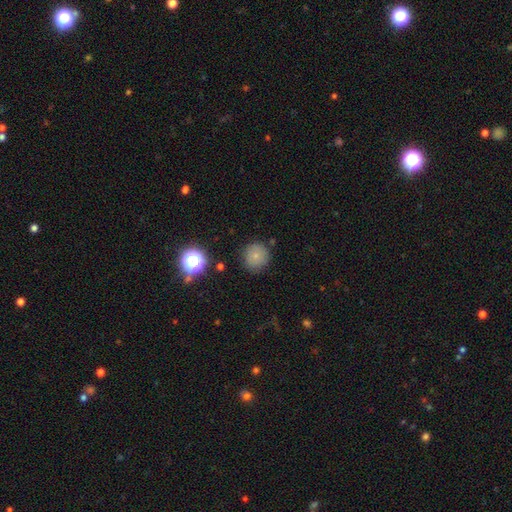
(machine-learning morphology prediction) The model was most divided on "smooth or featured": smooth: 75%, star or artifact: 14%, featured or disk: 11%. More confident: how rounded — round (94%); merging — none (85%).